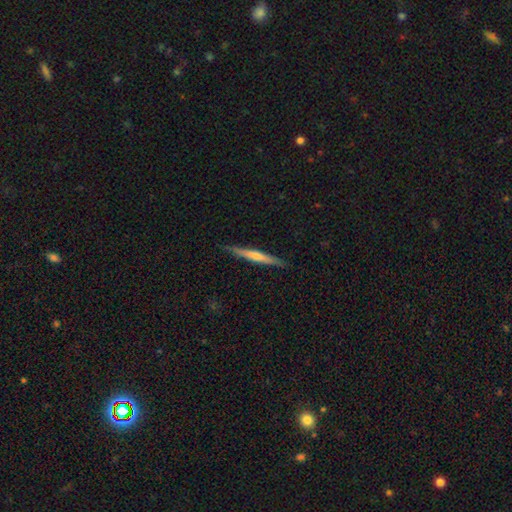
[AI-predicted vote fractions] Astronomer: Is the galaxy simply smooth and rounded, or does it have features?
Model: featured or disk — 60%.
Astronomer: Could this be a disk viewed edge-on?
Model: yes — 97%.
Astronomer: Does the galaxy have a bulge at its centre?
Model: rounded — 56% (runner-up: none, 35%).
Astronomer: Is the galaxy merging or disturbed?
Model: none — 90%.